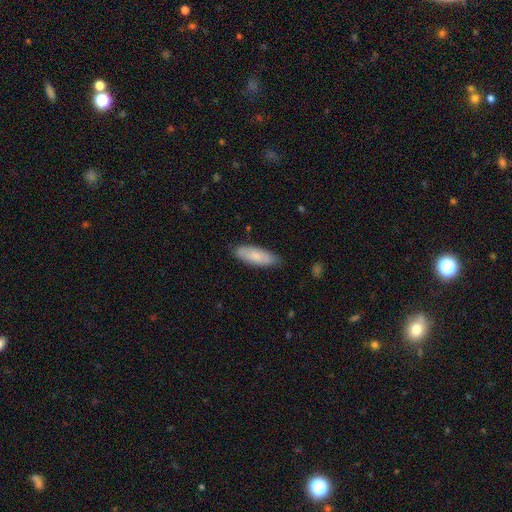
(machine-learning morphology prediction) Overall: smooth (79%). How rounded: in between (62%; cigar-shaped 37%). Merging: none (82%).